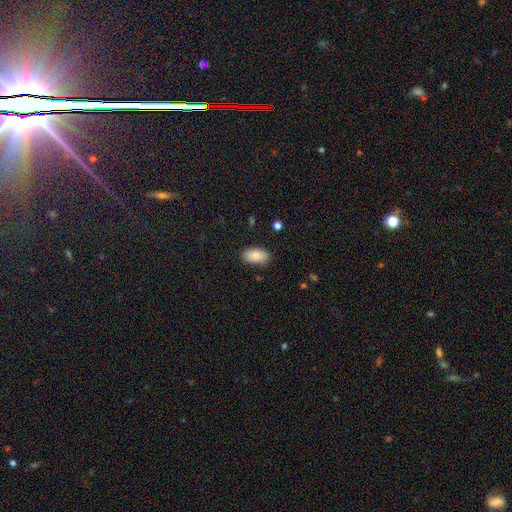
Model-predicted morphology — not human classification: type=smooth (88%); roundness=in between (95%); merging=none (85%).